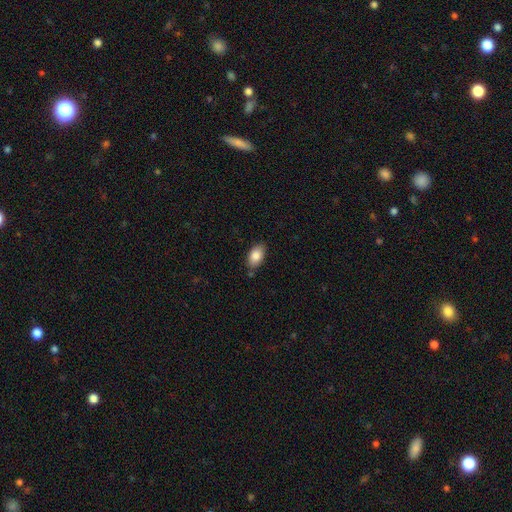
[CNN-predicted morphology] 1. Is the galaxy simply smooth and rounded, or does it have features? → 85% smooth, 8% featured or disk, 7% star or artifact.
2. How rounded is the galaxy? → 91% in between, 7% round, 2% cigar-shaped.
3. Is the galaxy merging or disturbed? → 79% none, 15% minor disturbance, 4% merger, 3% major disturbance.